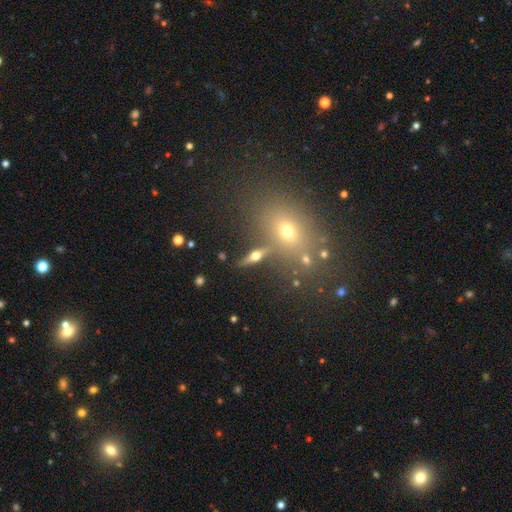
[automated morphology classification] Overall: featured or disk (61%; smooth 27%). Edge-on disk: yes (88%). Edge-on bulge: rounded (96%). Merging: none (79%).